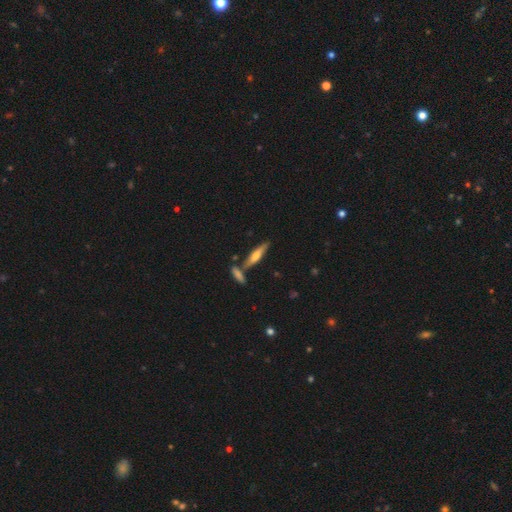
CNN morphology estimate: smooth-or-featured: featured or disk: 47% (tied) | smooth: 47% (tied) | star or artifact: 6%
  merging: none: 71% | merger: 15% | minor disturbance: 11% | major disturbance: 3%